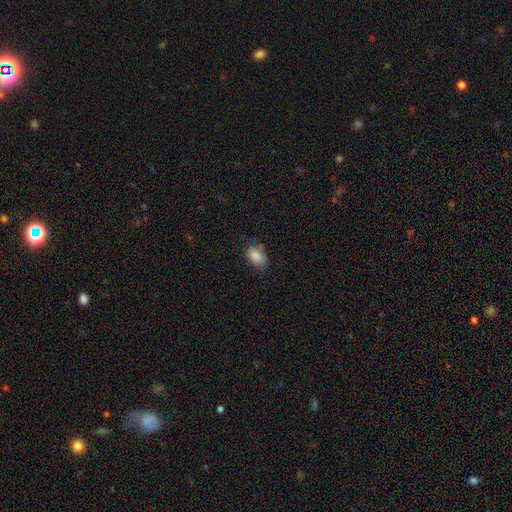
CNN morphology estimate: Smooth or featured? Predicted: smooth (p=0.87). How rounded? Predicted: in between (p=0.87). Merging? Predicted: none (p=0.69).